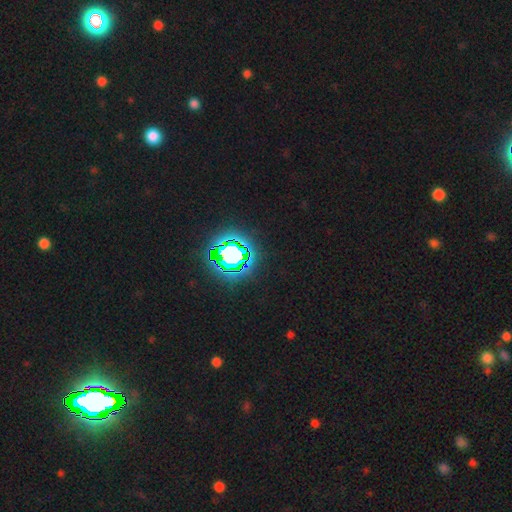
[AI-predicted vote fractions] smooth_or_featured: star or artifact (p=0.83) [alt: smooth p=0.11]